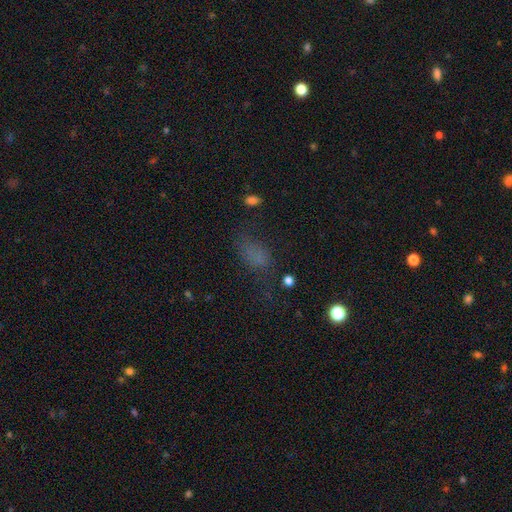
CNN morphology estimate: smooth 61%, star or artifact 24%, featured or disk 15%. Down the decision tree: how rounded — in between (83%); merging — none (44%).